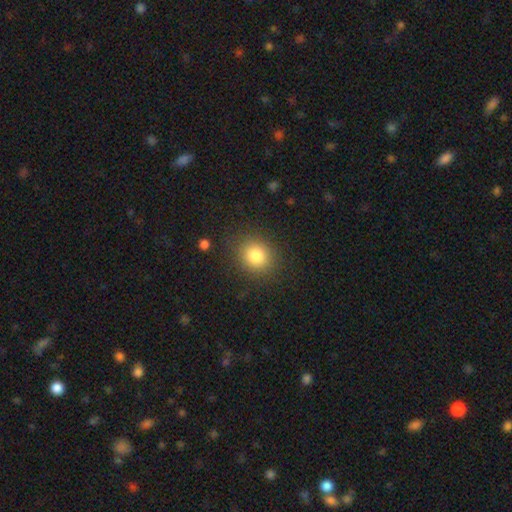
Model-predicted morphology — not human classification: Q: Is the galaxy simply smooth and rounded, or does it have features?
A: smooth — 82%.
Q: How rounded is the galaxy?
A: round — 79%.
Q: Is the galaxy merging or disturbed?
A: none — 86%.